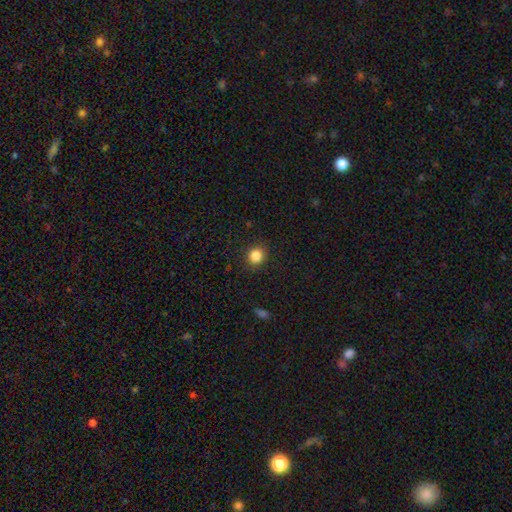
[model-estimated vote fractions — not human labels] The model was most divided on "how rounded": round: 86%, in between: 13%, cigar-shaped: 1%. More confident: merging — none (90%); smooth or featured — smooth (85%).